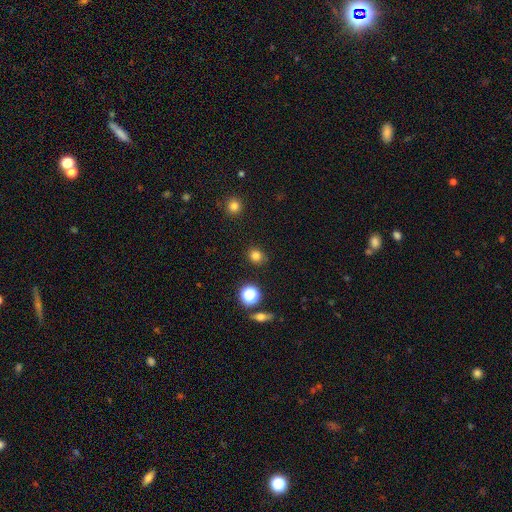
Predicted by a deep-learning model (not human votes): This is likely a smooth galaxy (79%). How rounded: clearly round (81%). Merging: clearly none (87%).